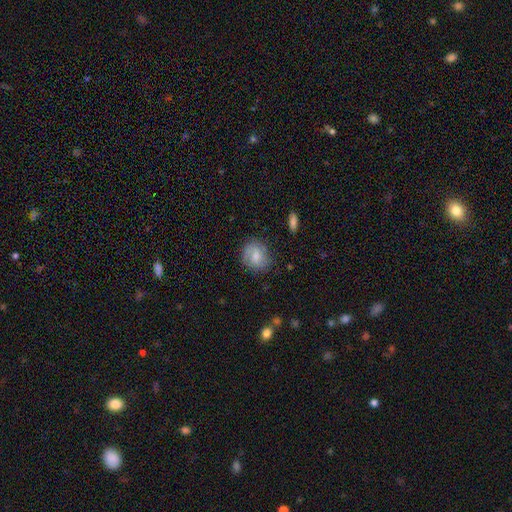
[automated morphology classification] This appears to be a smooth galaxy with no disk features (61%) that is round (66%). Merging: none (69%).